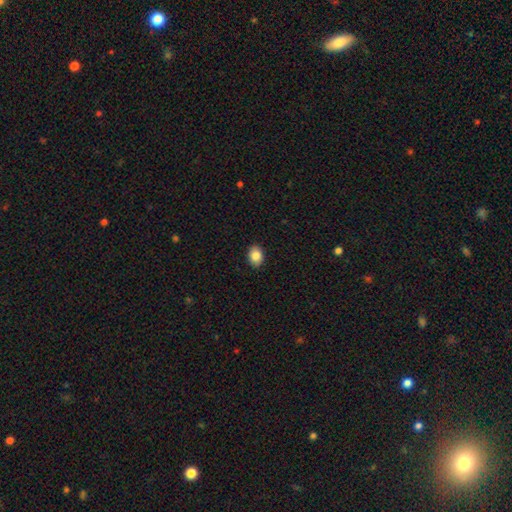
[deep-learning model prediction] smooth-or-featured: smooth: 86% | star or artifact: 8% | featured or disk: 5%
  how-rounded: in between: 72% | round: 27% | cigar-shaped: 1%
  merging: none: 89% | minor disturbance: 8% | major disturbance: 2% | merger: 1%